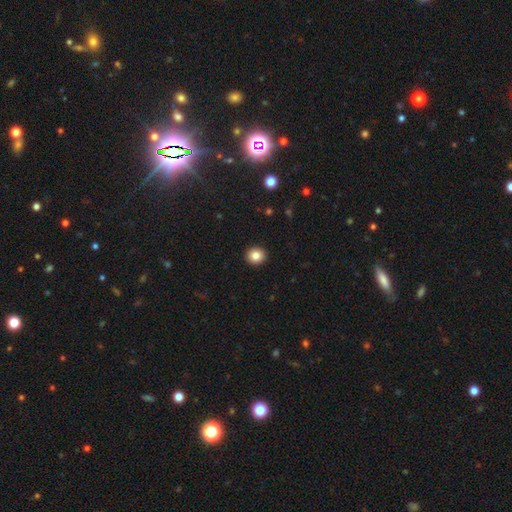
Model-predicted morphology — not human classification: Smooth or featured?
  - smooth: 83% *
  - star or artifact: 10%
  - featured or disk: 7%
How rounded?
  - round: 83% *
  - in between: 16%
  - cigar-shaped: 1%
Merging?
  - none: 93% *
  - minor disturbance: 5%
  - major disturbance: 2%
  - merger: 1%